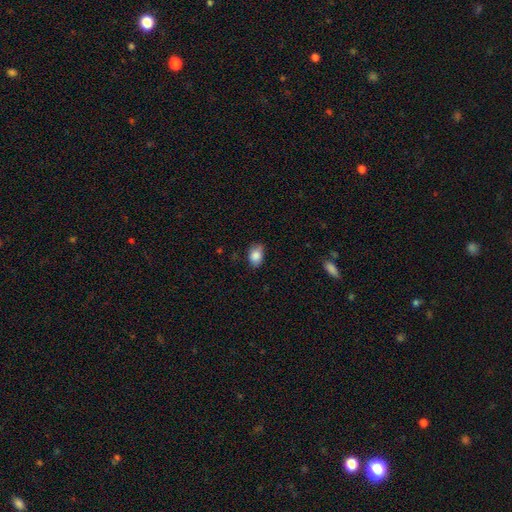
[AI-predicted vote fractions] smooth-or-featured: smooth: 86% | star or artifact: 8% | featured or disk: 6%
  how-rounded: in between: 81% | round: 18% | cigar-shaped: 1%
  merging: none: 68% | minor disturbance: 26% | major disturbance: 5% | merger: 1%